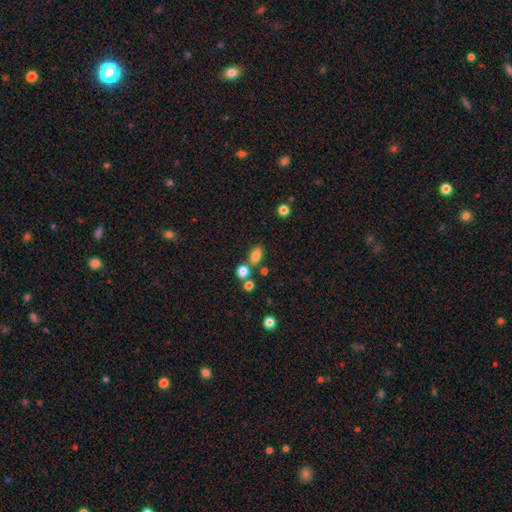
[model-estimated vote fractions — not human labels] This is clearly a smooth galaxy (80%). How rounded: clearly in between (84%). Merging: likely none (68%).